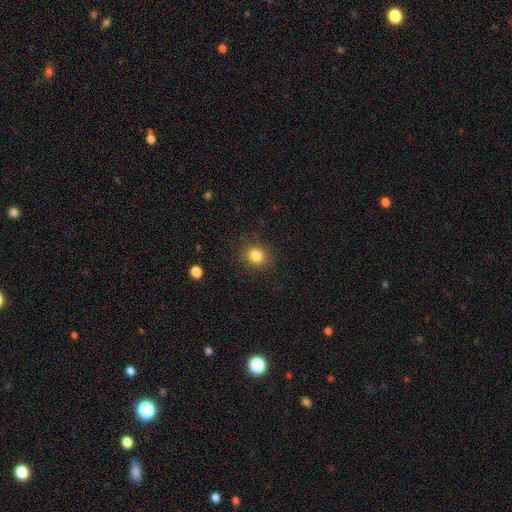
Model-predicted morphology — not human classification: The model was most divided on "how rounded": round: 80%, in between: 19%, cigar-shaped: 1%. More confident: merging — none (86%); smooth or featured — smooth (83%).